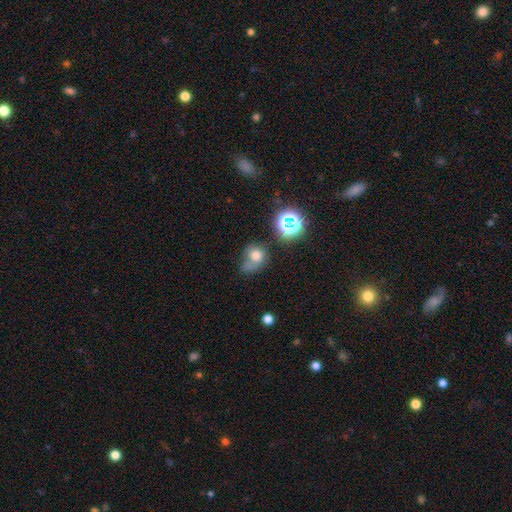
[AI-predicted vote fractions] A smooth galaxy with no disk features (68%) that is round (63%). Merging: none (32%).